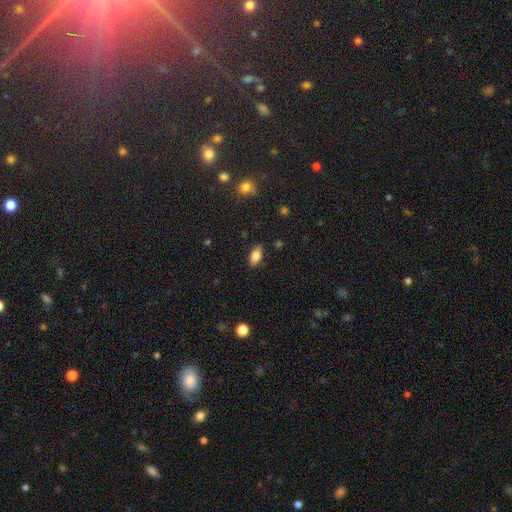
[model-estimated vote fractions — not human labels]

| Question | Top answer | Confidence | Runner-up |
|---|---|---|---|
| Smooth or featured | smooth | 82% | featured or disk (9%) |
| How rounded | in between | 90% | cigar-shaped (6%) |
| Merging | none | 86% | minor disturbance (10%) |